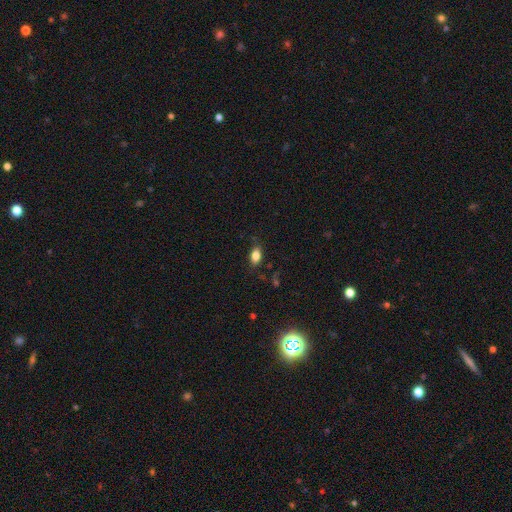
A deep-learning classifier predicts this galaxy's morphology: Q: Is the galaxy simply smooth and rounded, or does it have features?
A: smooth — 82%.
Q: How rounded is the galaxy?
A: in between — 88%.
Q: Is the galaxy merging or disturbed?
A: none — 80%.